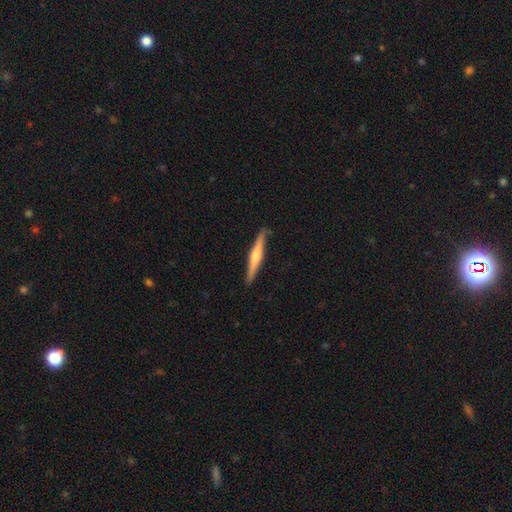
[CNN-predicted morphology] Smooth or featured? featured or disk (63%)
Edge-on disk? yes (97%)
Edge-on bulge? rounded (72%)
Merging? none (89%)